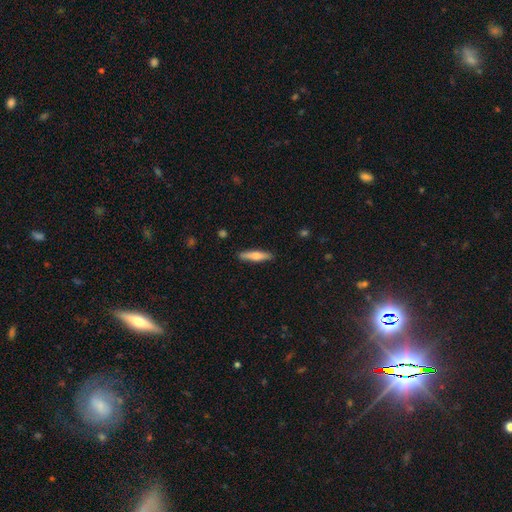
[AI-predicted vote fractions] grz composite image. It shows a smooth galaxy with no disk features (59%) that is cigar-shaped (83%). Merging: none (89%).